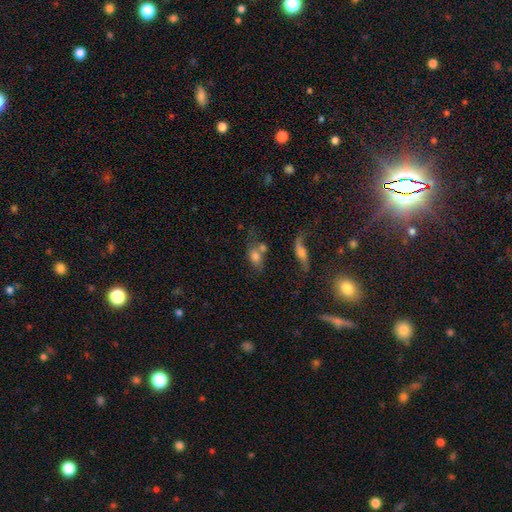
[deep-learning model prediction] Smooth or featured: smooth — 63% (featured or disk — 23%)
How rounded: in between — 69% (round — 23%)
Merging: none — 38% (merger — 33%)